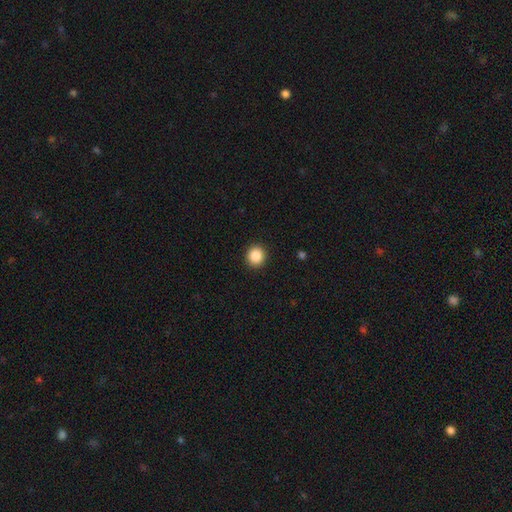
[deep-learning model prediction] Smooth or featured? Predicted: smooth (p=0.87). How rounded? Predicted: round (p=0.92). Merging? Predicted: none (p=0.93).